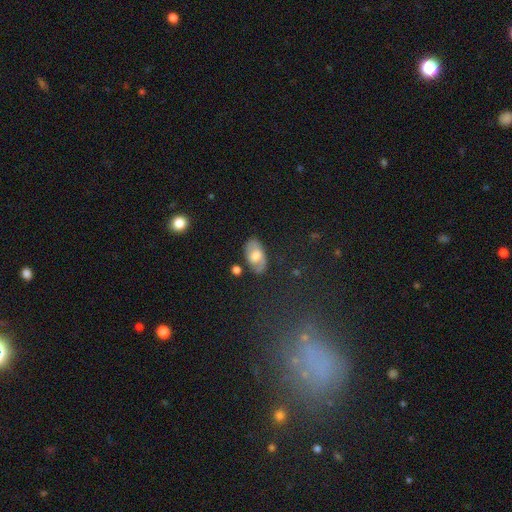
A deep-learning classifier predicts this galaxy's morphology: A featured or disk galaxy (50%). Merging: none (75%).